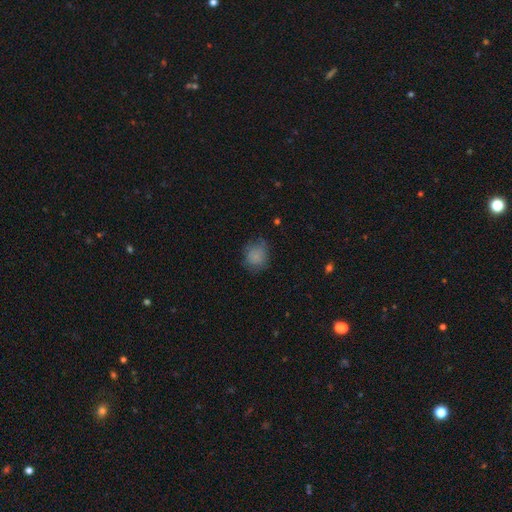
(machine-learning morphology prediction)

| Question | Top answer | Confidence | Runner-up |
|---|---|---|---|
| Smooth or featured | smooth | 79% | featured or disk (11%) |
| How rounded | round | 75% | in between (24%) |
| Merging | none | 60% | minor disturbance (27%) |